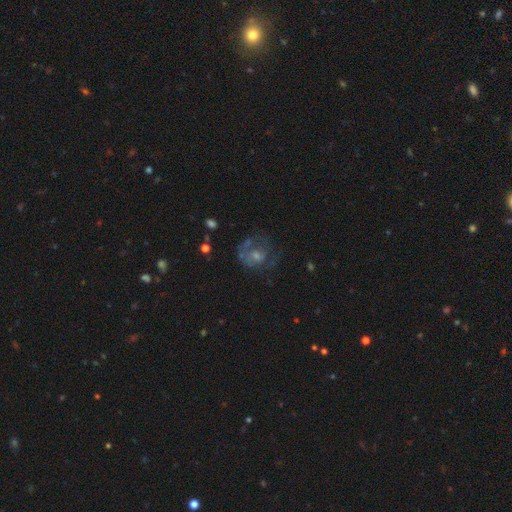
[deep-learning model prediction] featured or disk 54%, smooth 28%, star or artifact 18%. Down the decision tree: edge-on disk — no (97%); bar — no (81%); spiral arms — no (51%); bulge size — moderate (45%); merging — none (48%).